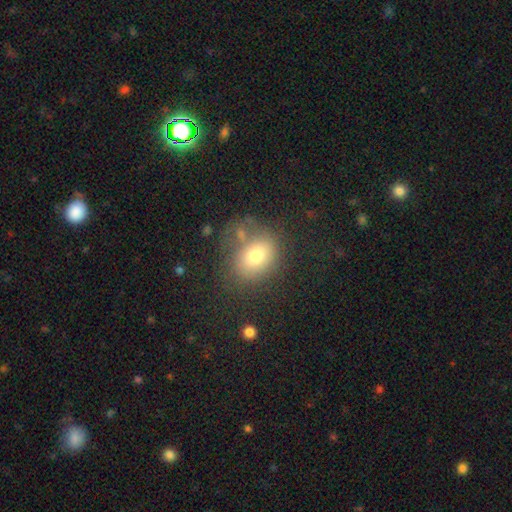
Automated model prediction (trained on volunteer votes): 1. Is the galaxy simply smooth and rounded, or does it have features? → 74% smooth, 15% featured or disk, 11% star or artifact.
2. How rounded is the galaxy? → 59% in between, 40% round, 1% cigar-shaped.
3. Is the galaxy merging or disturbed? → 60% none, 19% minor disturbance, 11% major disturbance, 11% merger.